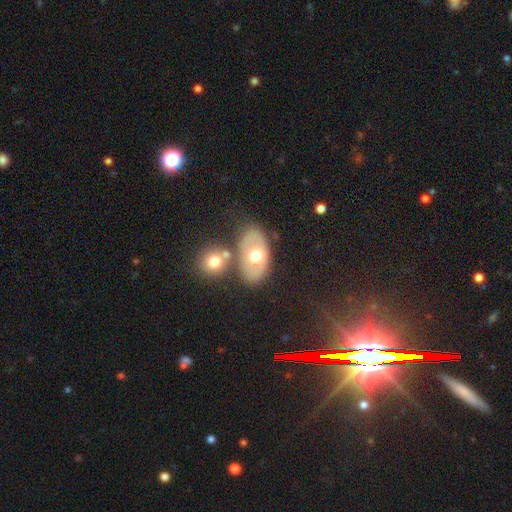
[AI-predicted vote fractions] Smooth or featured? smooth (51%)
How rounded? in between (85%)
Merging? none (63%)